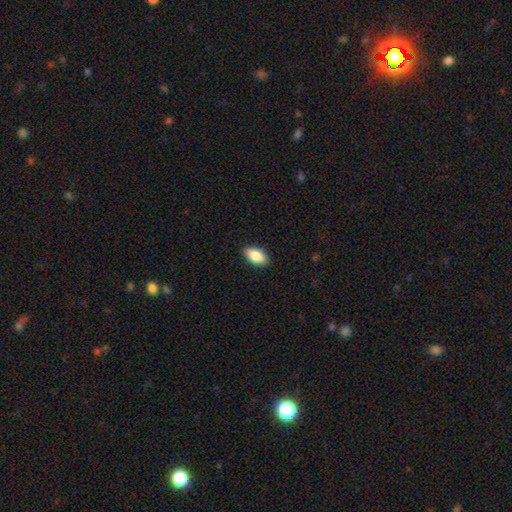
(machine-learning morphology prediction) Smooth or featured? smooth (86%)
How rounded? in between (93%)
Merging? none (90%)